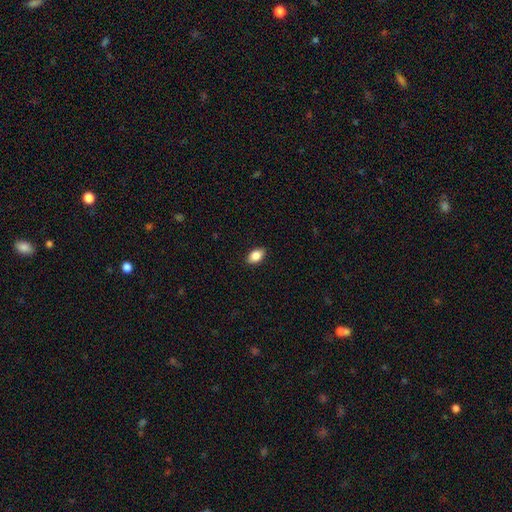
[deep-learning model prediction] The model was most divided on "smooth or featured": smooth: 86%, star or artifact: 8%, featured or disk: 7%. More confident: merging — none (89%); how rounded — in between (89%).